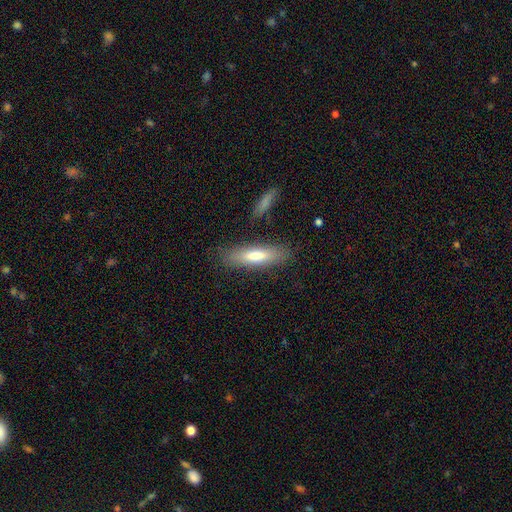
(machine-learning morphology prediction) Smooth or featured?
  - smooth: 72% *
  - featured or disk: 22%
  - star or artifact: 6%
How rounded?
  - cigar-shaped: 68% *
  - in between: 30%
  - round: 1%
Merging?
  - none: 83% *
  - minor disturbance: 11%
  - major disturbance: 3%
  - merger: 3%